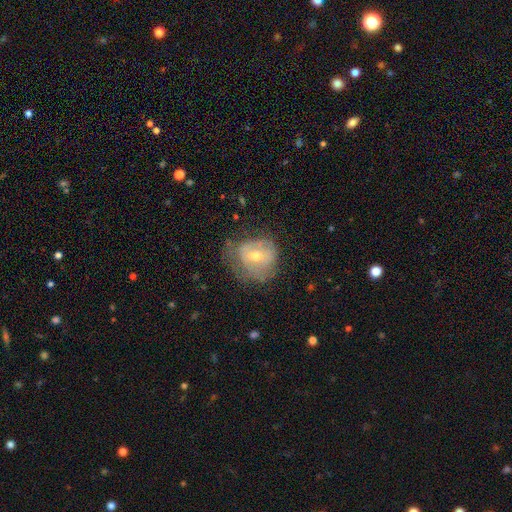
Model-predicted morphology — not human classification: Overall: featured or disk (48%; smooth 43%). Merging: none (45%; minor disturbance 32%).